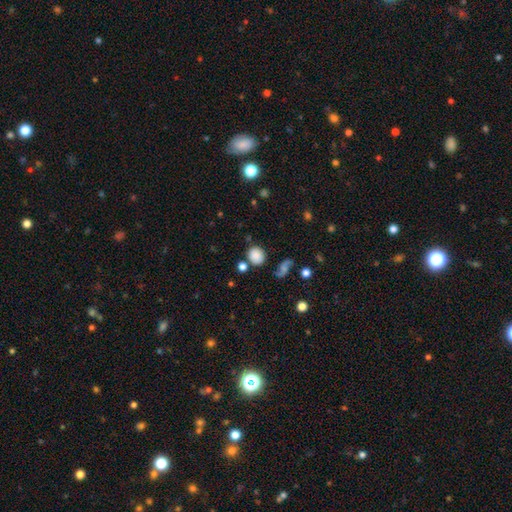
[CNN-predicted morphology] Smooth or featured: smooth — 81% (star or artifact — 11%)
How rounded: round — 80% (in between — 19%)
Merging: none — 73% (minor disturbance — 14%)